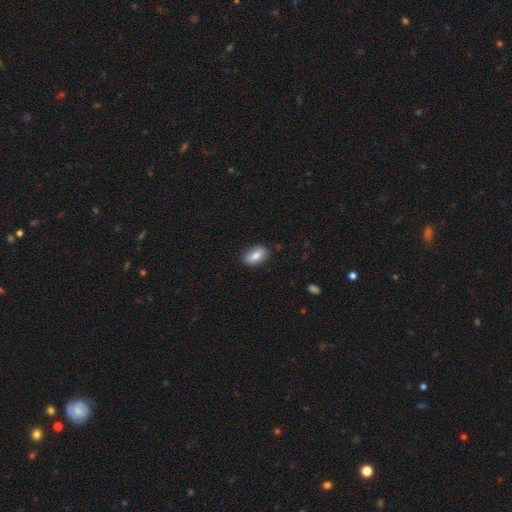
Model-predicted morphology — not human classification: Smooth or featured: smooth — 82% (featured or disk — 11%)
How rounded: in between — 90% (round — 5%)
Merging: none — 84% (minor disturbance — 12%)